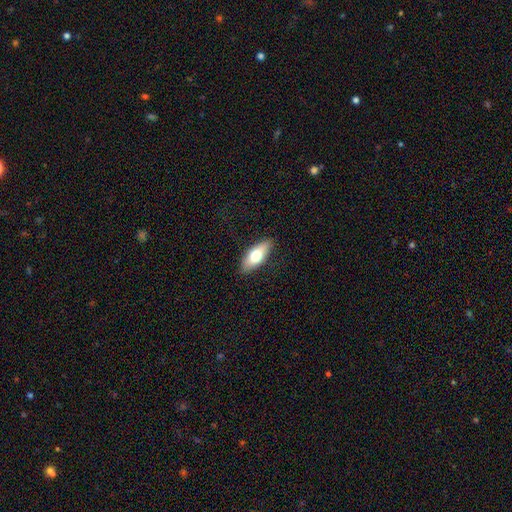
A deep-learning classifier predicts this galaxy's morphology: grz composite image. It shows a smooth galaxy with no disk features (69%) that is in between round and cigar-shaped (76%). Merging: none (87%).